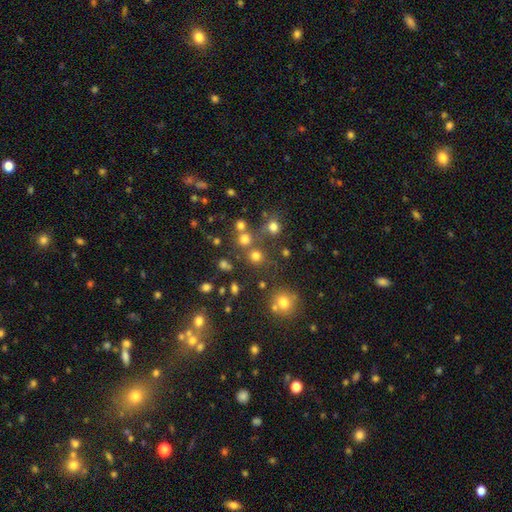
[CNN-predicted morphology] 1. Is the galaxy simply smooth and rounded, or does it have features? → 72% smooth, 20% star or artifact, 8% featured or disk.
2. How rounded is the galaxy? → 91% round, 8% in between, 1% cigar-shaped.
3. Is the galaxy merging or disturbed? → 71% none, 17% merger, 8% minor disturbance, 4% major disturbance.